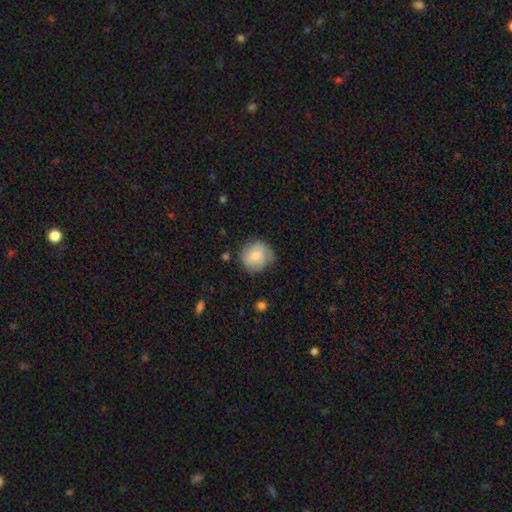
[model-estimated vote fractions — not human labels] Overall: smooth (64%; featured or disk 29%). How rounded: round (88%). Merging: none (70%).